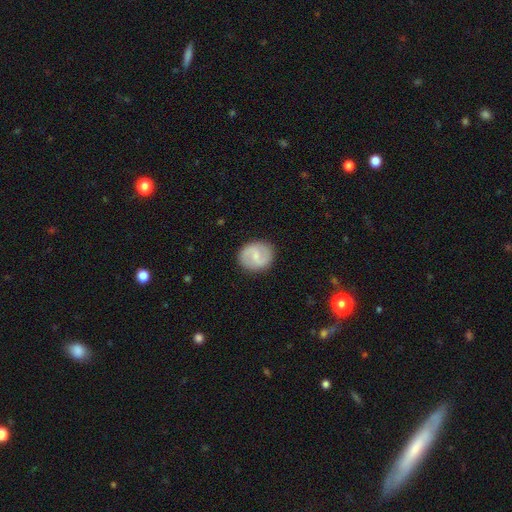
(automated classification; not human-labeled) featured or disk 60%, smooth 34%, star or artifact 6%. Down the decision tree: edge-on disk — no (98%); bar — weak (58%); spiral arms — yes (85%); spiral arm count — 2 (90%); spiral winding — medium (48%); bulge size — small (57%); merging — none (87%).